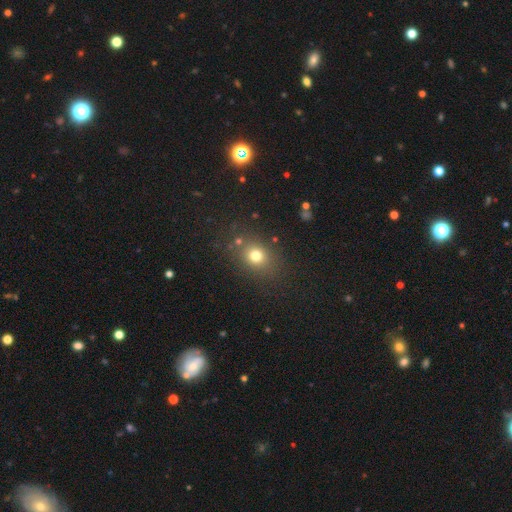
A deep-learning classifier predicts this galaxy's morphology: Smooth or featured? smooth (74%)
How rounded? round (60%)
Merging? none (78%)